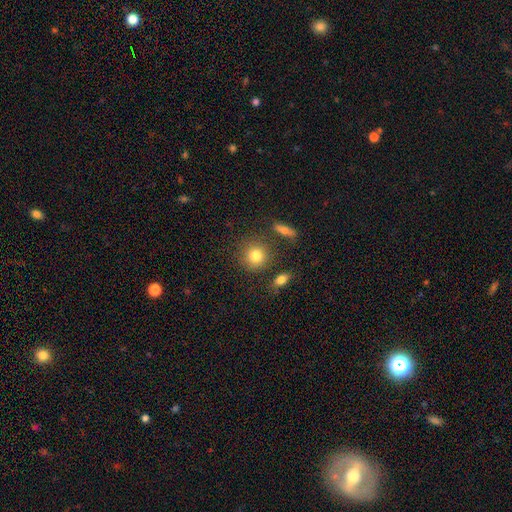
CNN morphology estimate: Smooth or featured: smooth — 82% (star or artifact — 10%)
How rounded: round — 88% (in between — 11%)
Merging: none — 80% (minor disturbance — 10%)